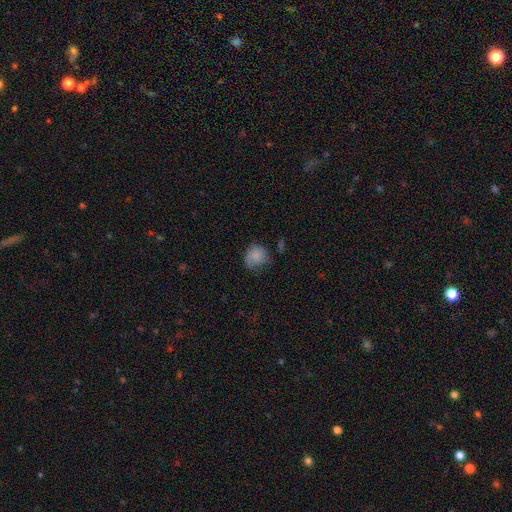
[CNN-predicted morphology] smooth_or_featured: smooth (p=0.75) [alt: featured or disk p=0.16]
how_rounded: round (p=0.71) [alt: in between p=0.28]
merging: none (p=0.48) [alt: minor disturbance p=0.32]